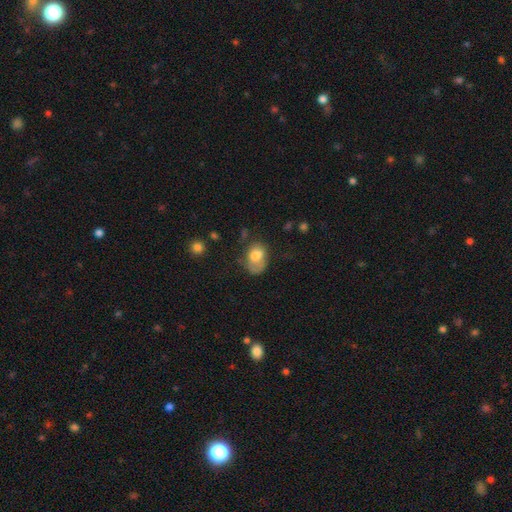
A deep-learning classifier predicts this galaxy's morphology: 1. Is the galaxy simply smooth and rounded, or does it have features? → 70% smooth, 22% featured or disk, 8% star or artifact.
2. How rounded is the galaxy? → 76% in between, 23% round, 1% cigar-shaped.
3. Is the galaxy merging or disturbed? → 34% none, 31% minor disturbance, 27% major disturbance, 8% merger.